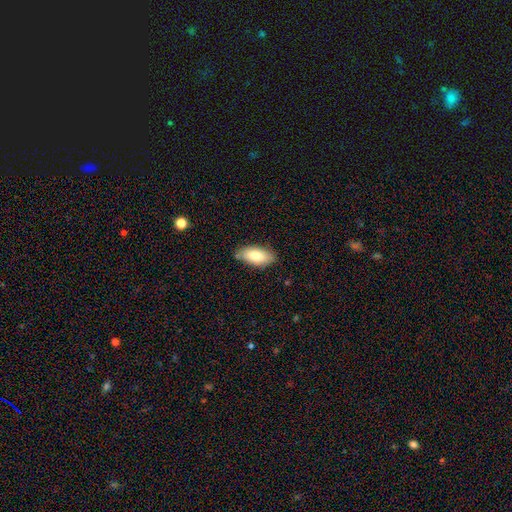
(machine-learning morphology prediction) smooth 77%, featured or disk 16%, star or artifact 7%. Down the decision tree: how rounded — in between (91%); merging — none (80%).